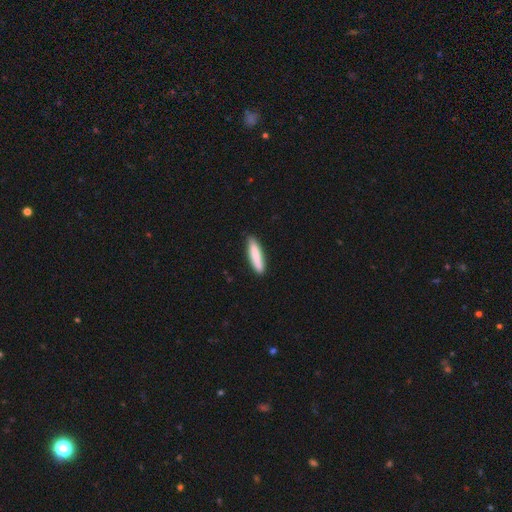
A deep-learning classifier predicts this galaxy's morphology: smooth-or-featured: smooth: 83% | featured or disk: 12% | star or artifact: 5%
  how-rounded: cigar-shaped: 80% | in between: 19% | round: 1%
  merging: none: 85% | minor disturbance: 12% | major disturbance: 2% | merger: 1%